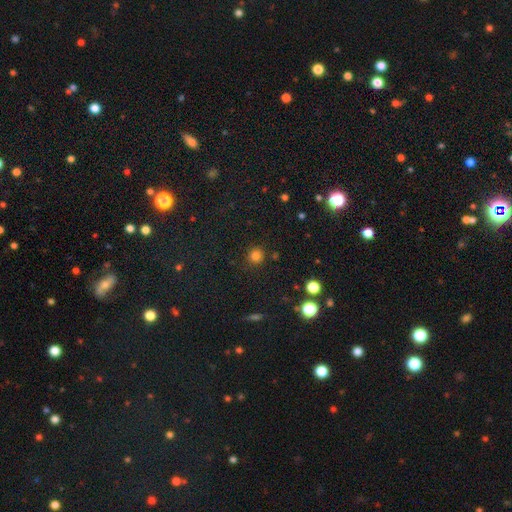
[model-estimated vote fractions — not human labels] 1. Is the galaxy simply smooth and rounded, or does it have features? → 80% smooth, 16% star or artifact, 4% featured or disk.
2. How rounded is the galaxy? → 91% round, 8% in between, 1% cigar-shaped.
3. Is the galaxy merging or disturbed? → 87% none, 8% minor disturbance, 3% major disturbance, 2% merger.